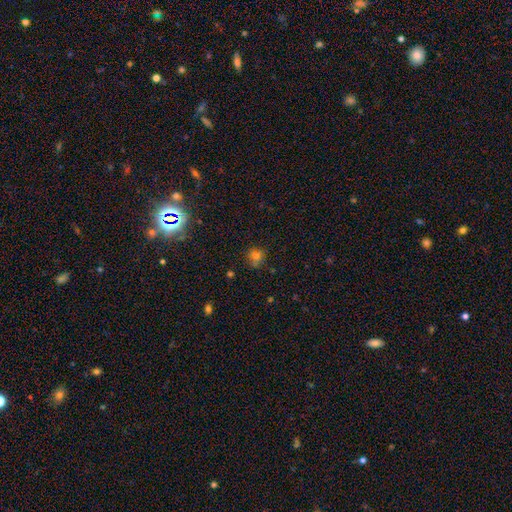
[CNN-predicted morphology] A smooth galaxy with no disk features (70%) that is round (78%). Merging: none (67%).